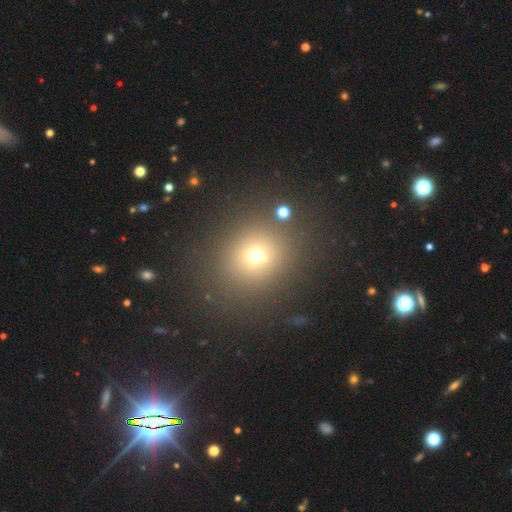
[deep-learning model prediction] A smooth galaxy with no disk features (66%) that is round (82%).

Vote fractions:
- Smooth or featured? smooth: 66% / star or artifact: 22% / featured or disk: 11%
- How rounded? round: 82% / in between: 17% / cigar-shaped: 1%
- Merging? none: 78% / minor disturbance: 9% / merger: 8% / major disturbance: 5%